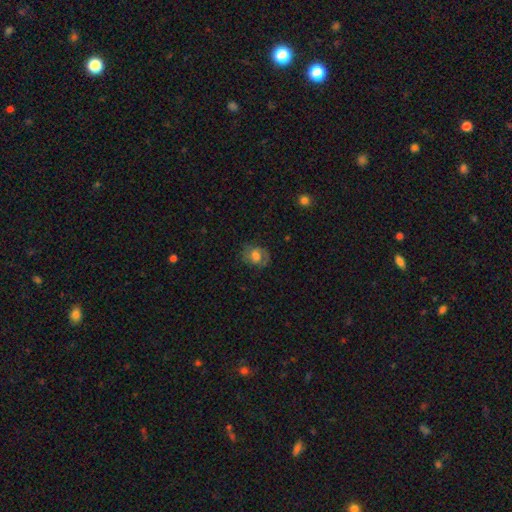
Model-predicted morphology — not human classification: Smooth or featured? Predicted: smooth (p=0.45, tied with featured or disk). Merging? Predicted: none (p=0.67).